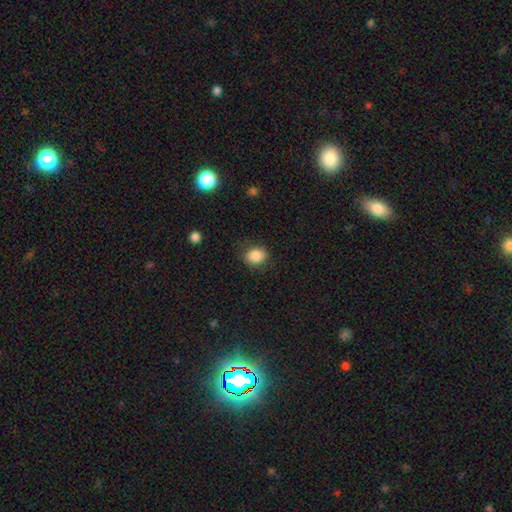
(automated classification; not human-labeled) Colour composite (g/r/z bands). It shows a smooth galaxy with no disk features (86%) that is round (56%). Merging: none (78%).